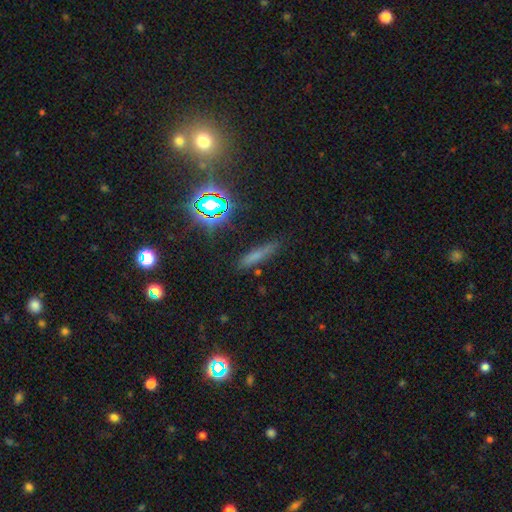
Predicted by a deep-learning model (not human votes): The model was most divided on "smooth or featured": smooth: 61%, star or artifact: 22%, featured or disk: 18%. More confident: how rounded — cigar-shaped (85%); merging — none (80%).